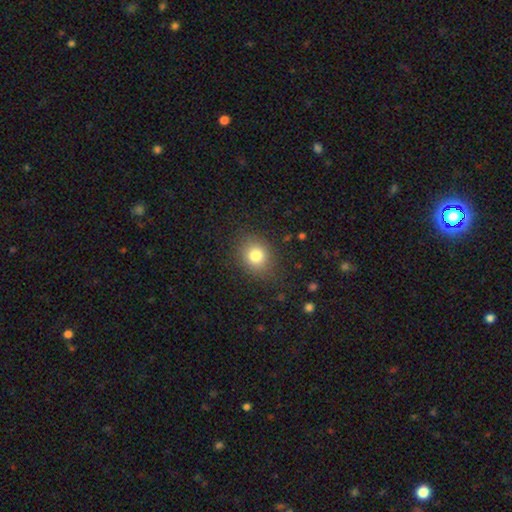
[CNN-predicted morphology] This appears to be a smooth galaxy with no disk features (80%) that is round (69%). Merging: none (83%).